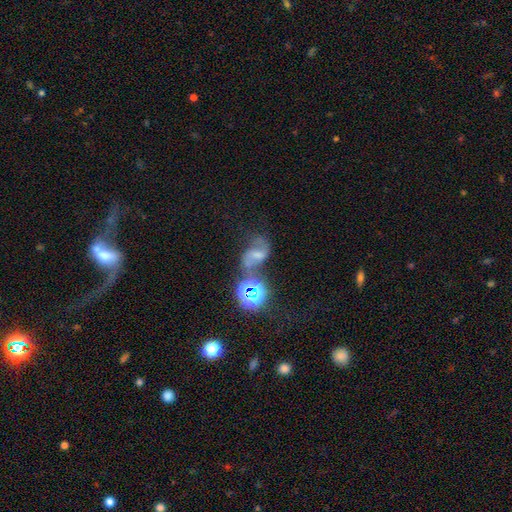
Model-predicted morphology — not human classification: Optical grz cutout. It shows a featured or disk galaxy (54%) with a weak bar (44%), spiral arms (85%) and a moderate central bulge (30%). Merging: none (41%).